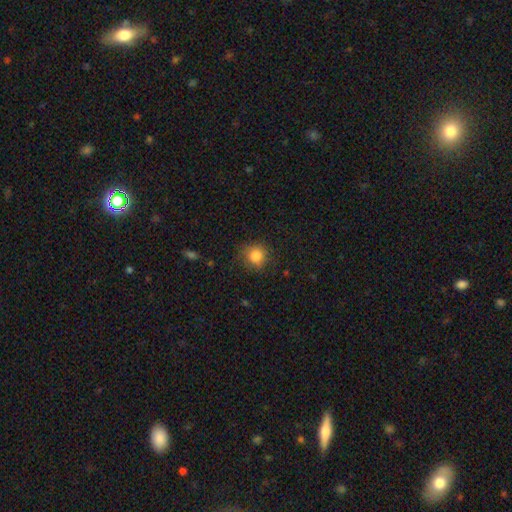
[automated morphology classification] Overall: smooth (84%). How rounded: round (86%). Merging: none (75%).